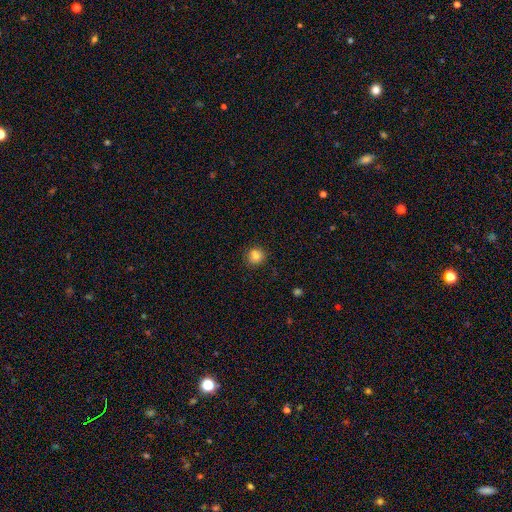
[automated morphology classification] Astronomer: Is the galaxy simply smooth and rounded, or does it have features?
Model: smooth — 81%.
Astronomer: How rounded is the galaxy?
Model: round — 91%.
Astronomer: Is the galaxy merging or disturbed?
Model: none — 84%.